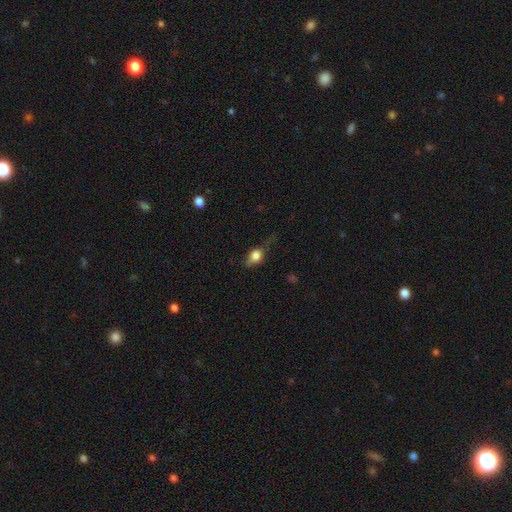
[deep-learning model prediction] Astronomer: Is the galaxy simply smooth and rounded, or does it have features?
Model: smooth — 73%.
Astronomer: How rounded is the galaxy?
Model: in between — 56% (runner-up: round, 39%).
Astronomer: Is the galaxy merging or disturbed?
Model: none — 51% (runner-up: minor disturbance, 30%).